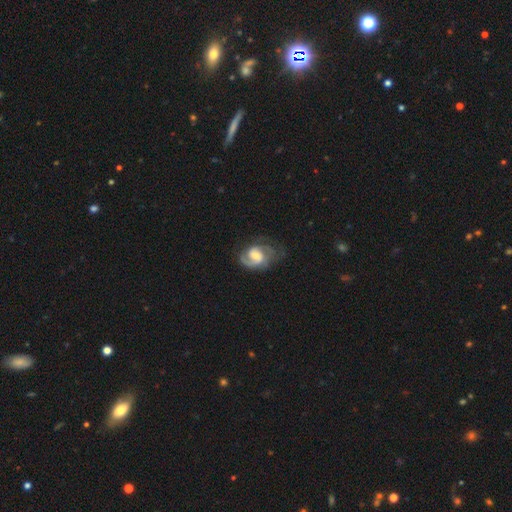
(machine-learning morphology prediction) featured or disk 82%, smooth 13%, star or artifact 5%. Down the decision tree: edge-on disk — no (98%); bar — weak (46%); spiral arms — yes (95%); spiral arm count — 2 (66%); spiral winding — medium (46%); bulge size — moderate (54%); merging — none (57%).